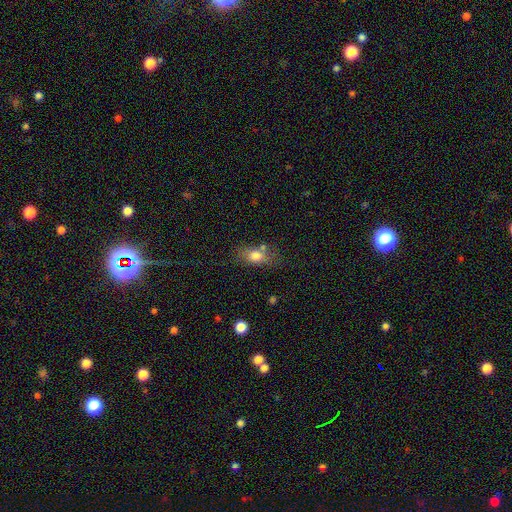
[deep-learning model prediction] Smooth or featured: smooth — 76% (featured or disk — 13%)
How rounded: in between — 73% (round — 23%)
Merging: none — 60% (minor disturbance — 20%)